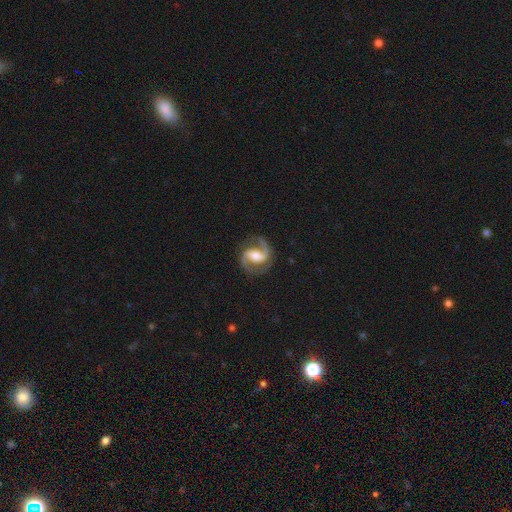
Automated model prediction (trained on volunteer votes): A featured or disk galaxy (93%) with a weak bar (43%), 2 (94%) medium (64%) spiral arms (98%) and a moderate central bulge (58%).

Vote fractions:
- Smooth or featured? featured or disk: 93% / star or artifact: 4% / smooth: 4%
- Edge-on disk? no: 98% / yes: 2%
- Bar? weak: 43% / strong: 30% / no: 27%
- Spiral arms? yes: 98% / no: 2%
- Spiral winding? medium: 64% / tight: 19% / loose: 18%
- Spiral arm count? 2: 94% / can't tell: 1% / 1: 1% / 3: 1% / 4: 1% / more than 4: 1%
- Bulge size? moderate: 58% / large: 19% / small: 18% / none: 4% / dominant: 2%
- Merging? none: 84% / minor disturbance: 11% / major disturbance: 4% / merger: 1%